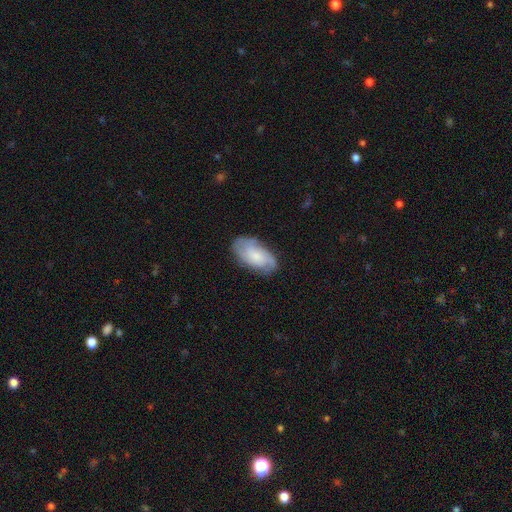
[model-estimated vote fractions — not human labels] A featured or disk galaxy (49%). Merging: none (73%).